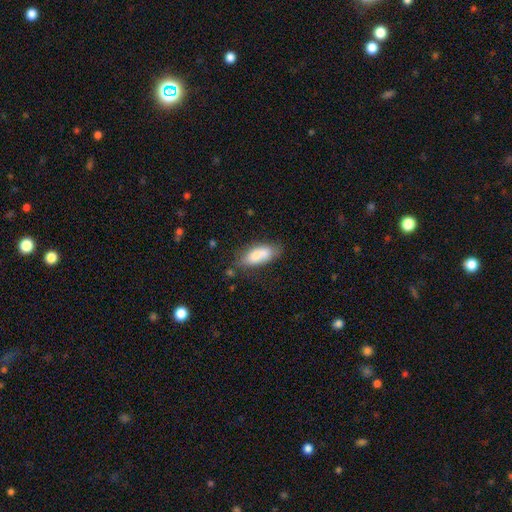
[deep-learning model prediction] Smooth or featured? smooth (75%)
How rounded? in between (82%)
Merging? none (53%)